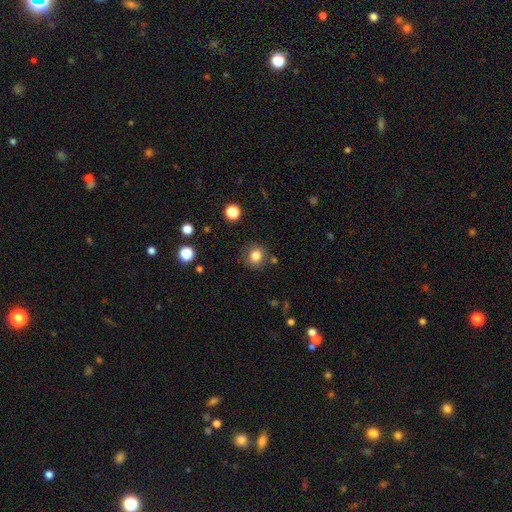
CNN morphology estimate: A smooth galaxy with no disk features (82%) that is round (87%).

Vote fractions:
- Smooth or featured? smooth: 82% / star or artifact: 12% / featured or disk: 6%
- How rounded? round: 87% / in between: 12% / cigar-shaped: 1%
- Merging? none: 83% / minor disturbance: 10% / merger: 4% / major disturbance: 3%